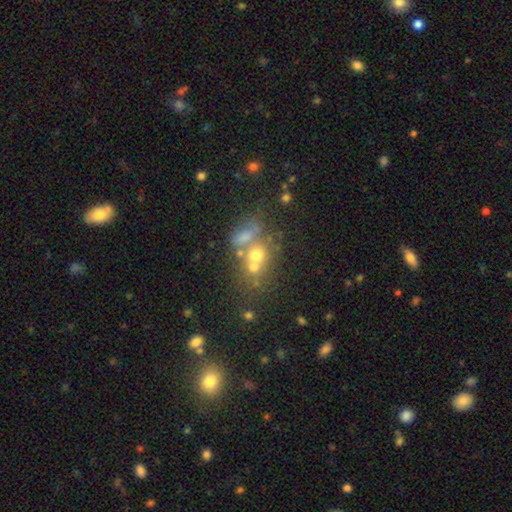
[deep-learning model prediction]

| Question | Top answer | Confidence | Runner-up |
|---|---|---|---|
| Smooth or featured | smooth | 52% | featured or disk (28%) |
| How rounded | round | 65% | in between (33%) |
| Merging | merger | 47% | none (35%) |